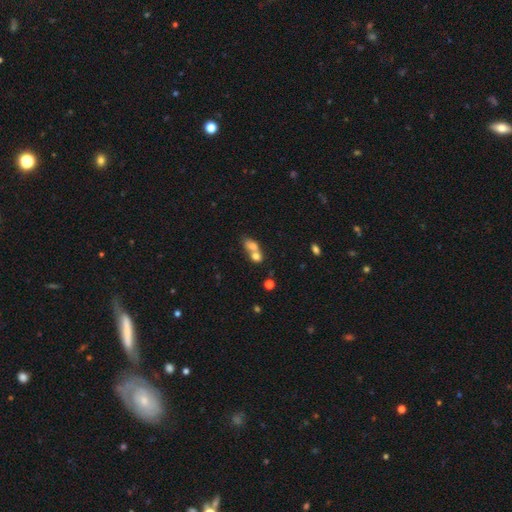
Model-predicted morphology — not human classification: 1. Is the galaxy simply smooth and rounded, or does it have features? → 71% smooth, 18% featured or disk, 11% star or artifact.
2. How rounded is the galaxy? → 57% in between, 37% round, 7% cigar-shaped.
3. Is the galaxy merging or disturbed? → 68% merger, 22% none, 6% minor disturbance, 4% major disturbance.